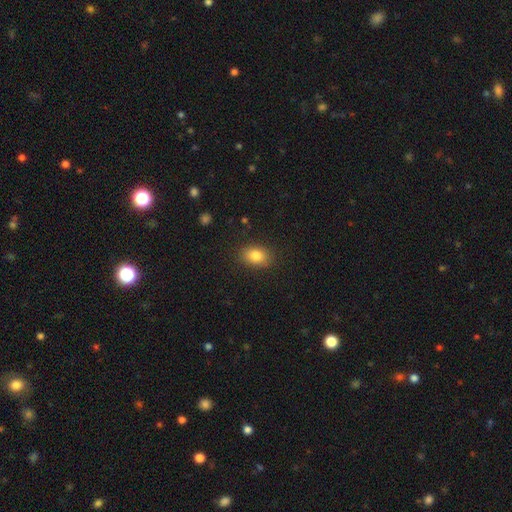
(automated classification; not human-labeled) Smooth or featured? Predicted: smooth (p=0.84). How rounded? Predicted: in between (p=0.79). Merging? Predicted: none (p=0.86).